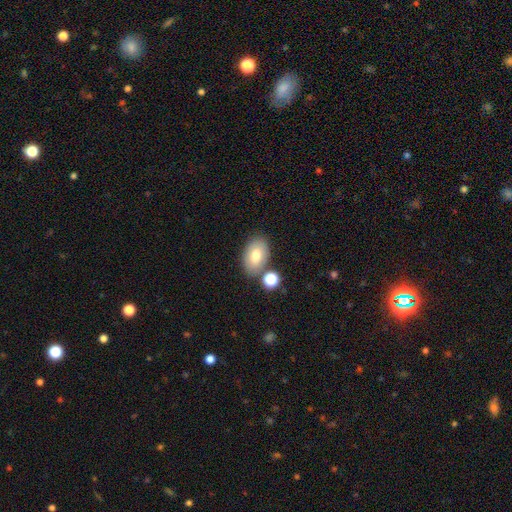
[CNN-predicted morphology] Q: Smooth or featured?
A: smooth (77%); runner-up: featured or disk (15%)
Q: How rounded?
A: in between (90%); runner-up: round (9%)
Q: Merging?
A: none (75%); runner-up: minor disturbance (12%)